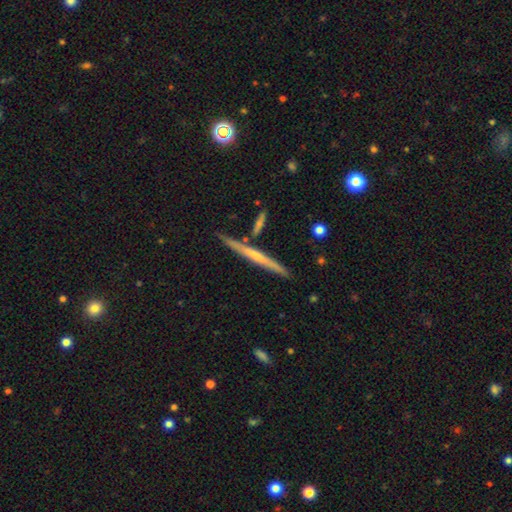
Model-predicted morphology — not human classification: smooth-or-featured: featured or disk: 65% | smooth: 29% | star or artifact: 6%
  disk-edge-on: yes: 97% | no: 3%
    edge-on-bulge: none: 53% | rounded: 41% | boxy: 6%
  merging: none: 83% | minor disturbance: 10% | merger: 6% | major disturbance: 2%